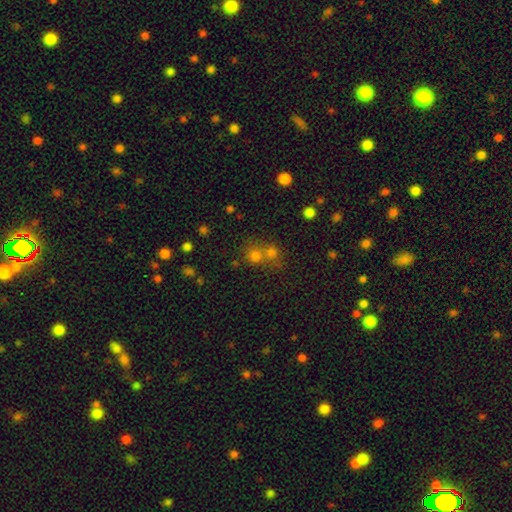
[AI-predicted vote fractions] smooth 69%, star or artifact 20%, featured or disk 10%. Down the decision tree: how rounded — round (84%); merging — merger (47%).